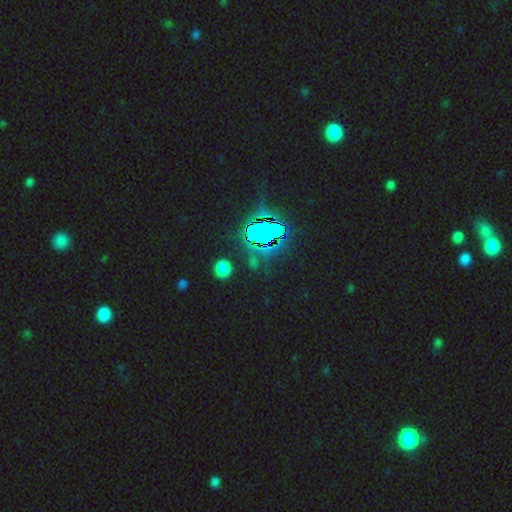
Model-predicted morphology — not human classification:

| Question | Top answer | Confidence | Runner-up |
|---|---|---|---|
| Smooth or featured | star or artifact | 79% | smooth (13%) |